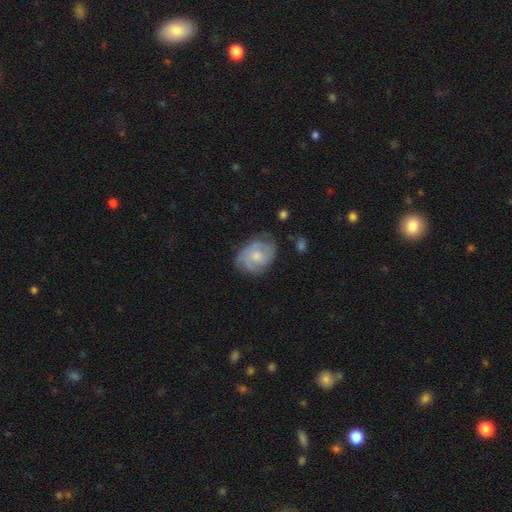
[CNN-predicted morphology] A featured or disk galaxy (60%) with no bar (75%), spiral arms (82%) and a moderate central bulge (50%). Merging: none (62%).